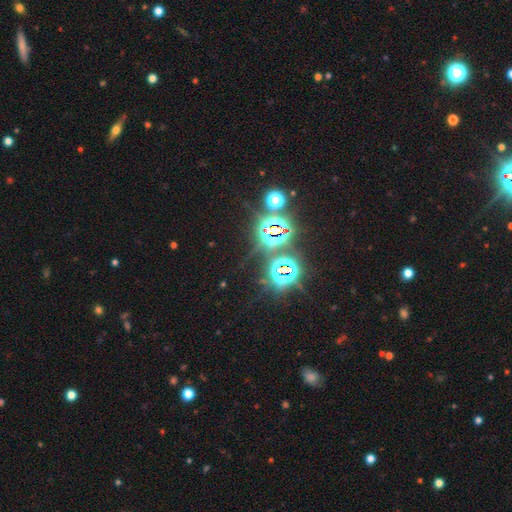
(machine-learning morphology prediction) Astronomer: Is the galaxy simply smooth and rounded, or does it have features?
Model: star or artifact — 83%.